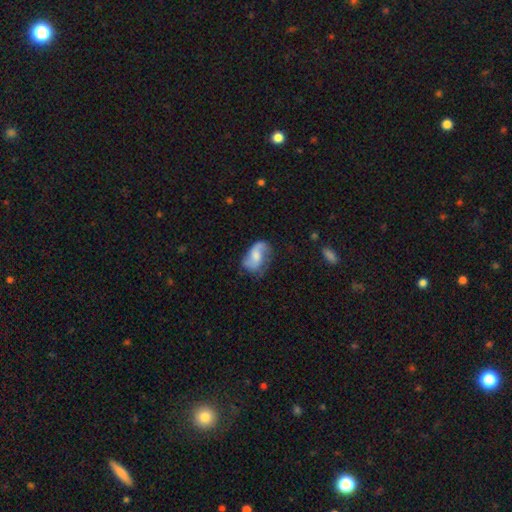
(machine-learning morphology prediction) Smooth or featured: featured or disk — 66% (smooth — 27%)
Edge-on disk: no — 97% (yes — 3%)
Bar: no — 52% (weak — 39%)
Spiral arms: yes — 90% (no — 10%)
Spiral winding: loose — 51% (medium — 37%)
Spiral arm count: 2 — 79% (1 — 9%)
Bulge size: moderate — 42% (small — 30%)
Merging: none — 55% (minor disturbance — 26%)